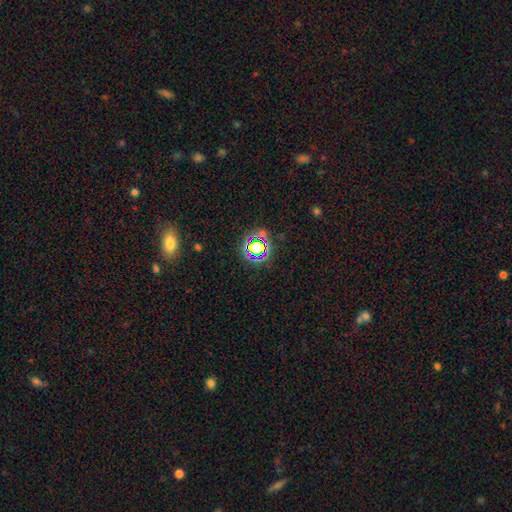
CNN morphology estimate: type=star or artifact (63%).